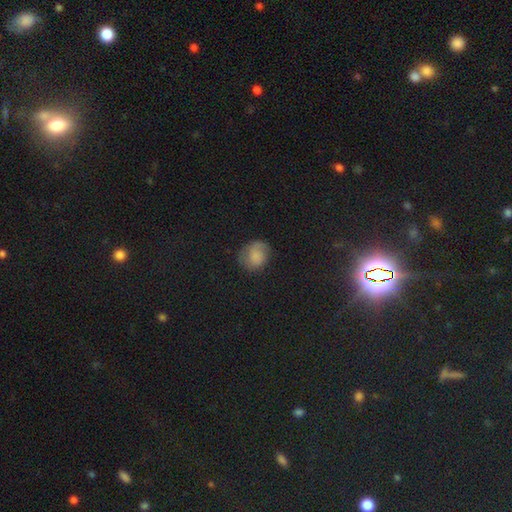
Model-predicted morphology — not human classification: This appears to be a smooth galaxy with no disk features (66%) that is round (69%). Merging: none (63%).